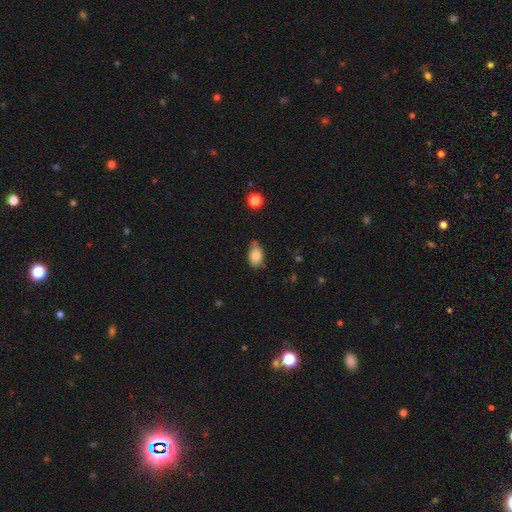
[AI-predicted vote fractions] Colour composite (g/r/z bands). It shows a smooth galaxy with no disk features (84%) that is in between round and cigar-shaped (88%). Merging: none (62%).